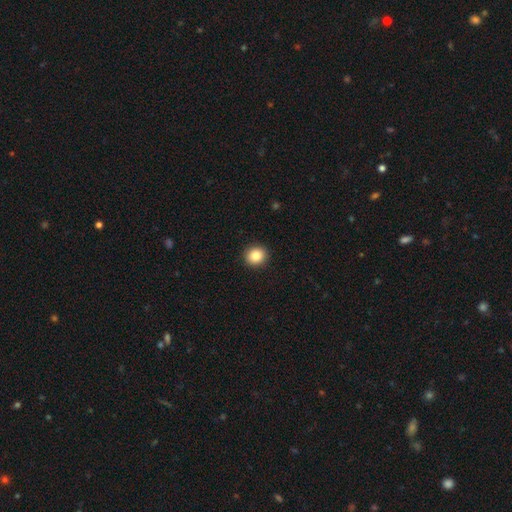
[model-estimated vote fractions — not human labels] A smooth galaxy with no disk features (85%) that is round (85%).

Vote fractions:
- Smooth or featured? smooth: 85% / star or artifact: 9% / featured or disk: 6%
- How rounded? round: 85% / in between: 14% / cigar-shaped: 1%
- Merging? none: 92% / minor disturbance: 5% / major disturbance: 2% / merger: 1%